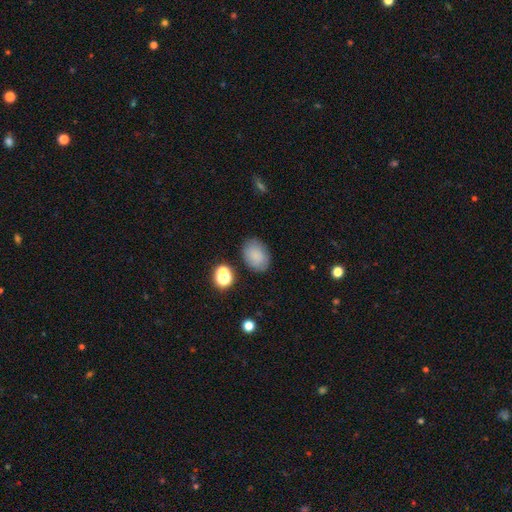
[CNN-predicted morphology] Smooth or featured?
  - smooth: 83% *
  - star or artifact: 10%
  - featured or disk: 7%
How rounded?
  - in between: 78% *
  - round: 21%
  - cigar-shaped: 1%
Merging?
  - none: 82% *
  - minor disturbance: 12%
  - major disturbance: 4%
  - merger: 3%